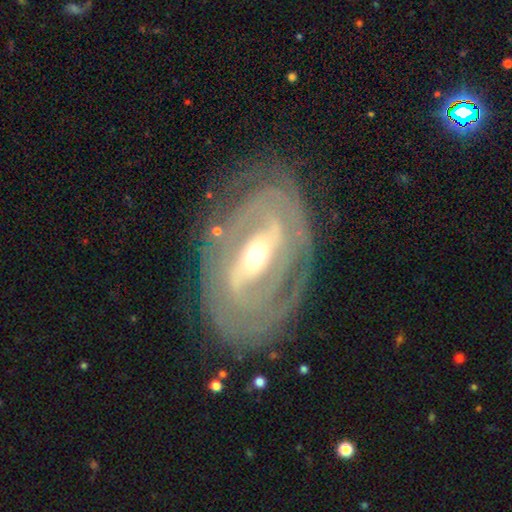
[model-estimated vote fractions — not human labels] Smooth or featured?
  - featured or disk: 86% *
  - smooth: 9%
  - star or artifact: 5%
Edge-on disk?
  - no: 93% *
  - yes: 7%
Bar?
  - strong: 57% *
  - weak: 29%
  - no: 14%
Spiral arms?
  - yes: 83% *
  - no: 17%
Spiral winding?
  - tight: 73% *
  - medium: 20%
  - loose: 7%
Spiral arm count?
  - 2: 40% *
  - can't tell: 34%
  - 3: 11%
  - 4: 6%
  - 1: 5%
  - more than 4: 4%
Bulge size?
  - moderate: 56% *
  - small: 37%
  - large: 5%
  - dominant: 1%
  - none: 1%
Merging?
  - none: 78% *
  - minor disturbance: 14%
  - major disturbance: 6%
  - merger: 1%